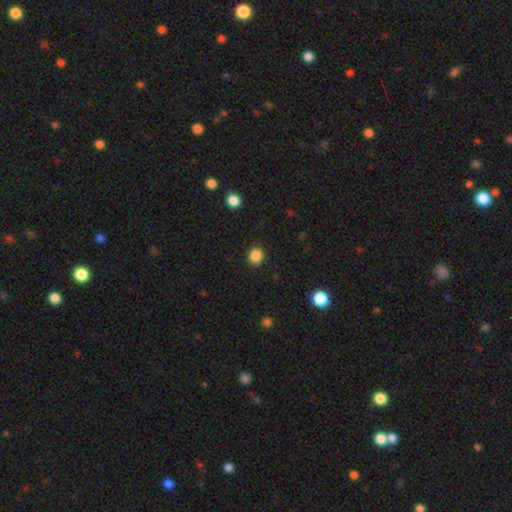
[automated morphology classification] Smooth or featured: smooth — 86% (star or artifact — 11%)
How rounded: round — 78% (in between — 22%)
Merging: none — 90% (minor disturbance — 6%)